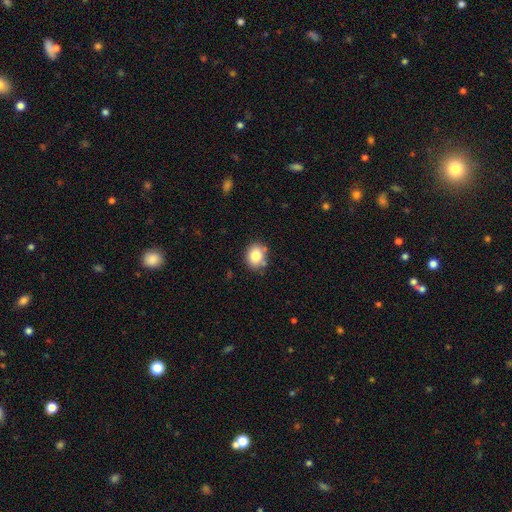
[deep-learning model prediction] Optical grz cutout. It shows a smooth galaxy with no disk features (82%) that is round (61%). Merging: none (77%).